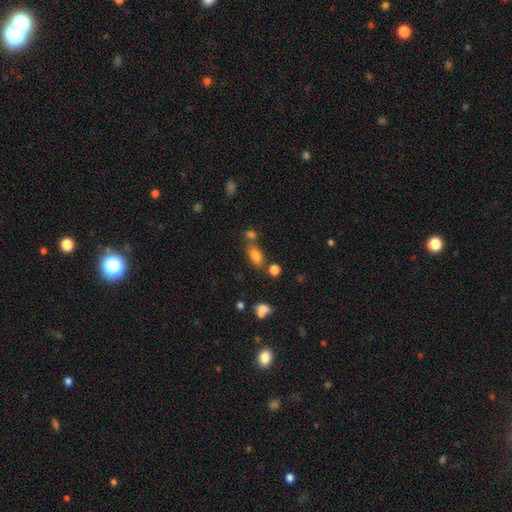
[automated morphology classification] Smooth or featured? smooth (78%)
How rounded? in between (84%)
Merging? none (60%)